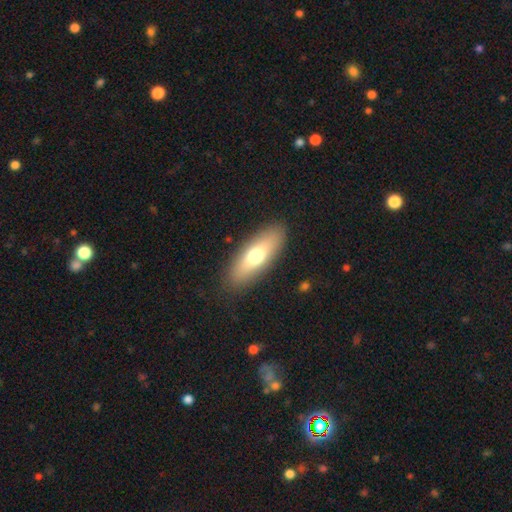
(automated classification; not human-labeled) A smooth galaxy with no disk features (66%) that is in between round and cigar-shaped (64%). Merging: none (87%).